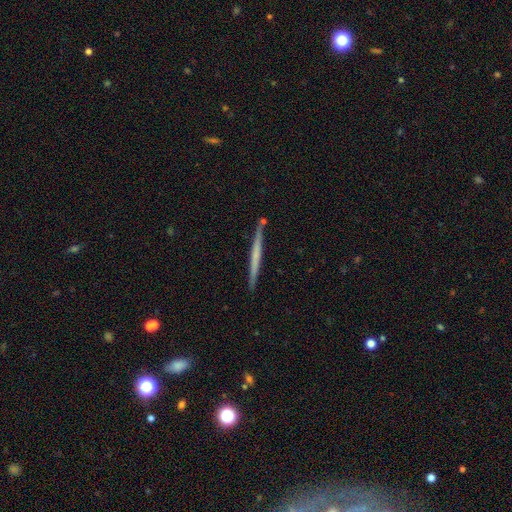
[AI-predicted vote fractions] Smooth or featured? Predicted: featured or disk (p=0.55). Edge-on disk? Predicted: yes (p=0.97). Edge-on bulge? Predicted: none (p=0.81). Merging? Predicted: none (p=0.88).